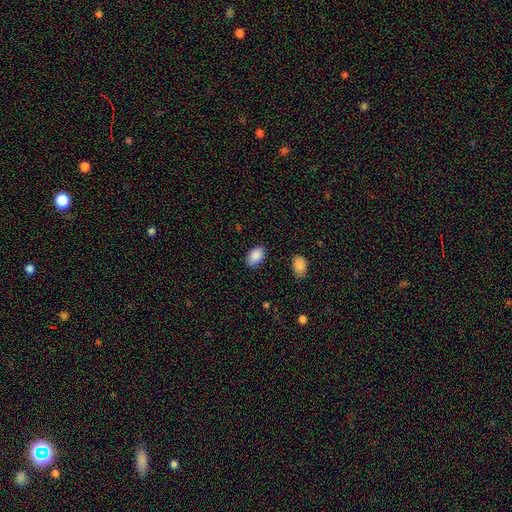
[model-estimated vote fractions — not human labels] Smooth or featured: smooth — 89% (star or artifact — 7%)
How rounded: in between — 90% (round — 9%)
Merging: none — 85% (minor disturbance — 10%)